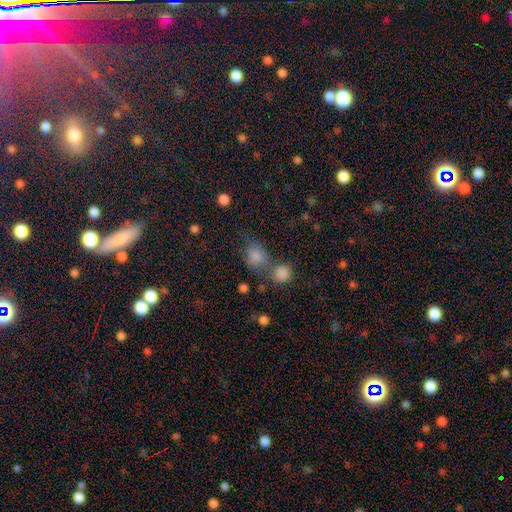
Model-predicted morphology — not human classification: smooth 79%, star or artifact 13%, featured or disk 8%. Down the decision tree: how rounded — round (58%); merging — none (48%).